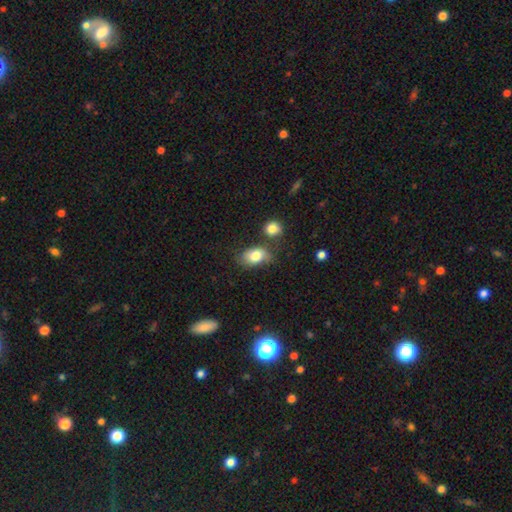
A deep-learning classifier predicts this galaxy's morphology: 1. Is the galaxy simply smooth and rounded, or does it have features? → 80% smooth, 12% featured or disk, 8% star or artifact.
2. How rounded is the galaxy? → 84% in between, 14% round, 2% cigar-shaped.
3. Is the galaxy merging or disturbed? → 57% none, 23% minor disturbance, 12% merger, 7% major disturbance.